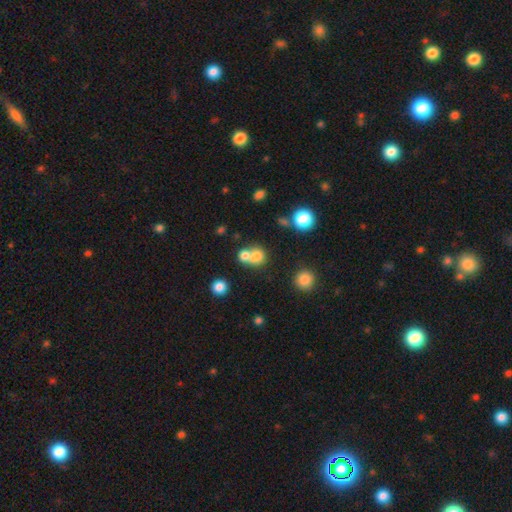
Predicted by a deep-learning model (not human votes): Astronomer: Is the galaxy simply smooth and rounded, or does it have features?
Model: smooth — 71%.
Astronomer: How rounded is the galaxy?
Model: round — 74%.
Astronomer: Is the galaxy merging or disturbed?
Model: merger — 58%.